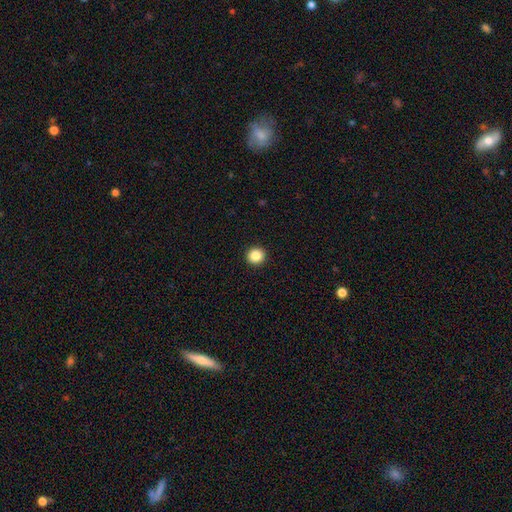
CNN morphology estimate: smooth-or-featured: smooth: 86% | star or artifact: 10% | featured or disk: 4%
  how-rounded: round: 94% | in between: 5% | cigar-shaped: 1%
  merging: none: 94% | minor disturbance: 4% | major disturbance: 1% | merger: 1%